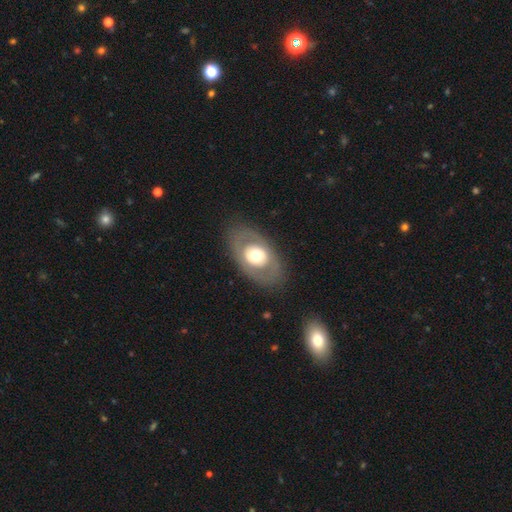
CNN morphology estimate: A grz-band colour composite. It shows a featured or disk galaxy (50%). Merging: none (81%).